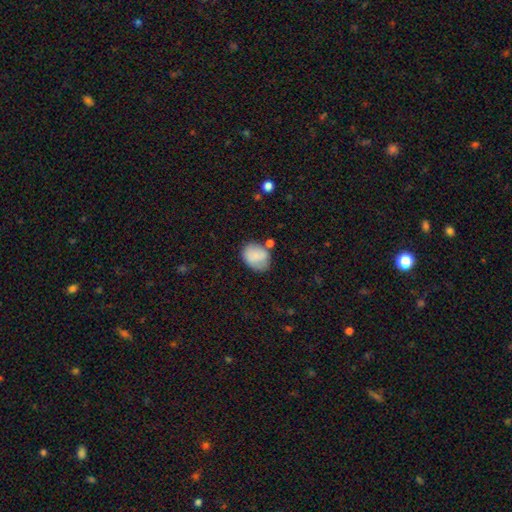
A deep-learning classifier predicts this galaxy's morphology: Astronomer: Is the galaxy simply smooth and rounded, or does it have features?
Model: smooth — 79%.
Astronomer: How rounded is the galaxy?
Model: in between — 57% (runner-up: round, 42%).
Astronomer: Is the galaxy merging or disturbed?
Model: none — 57%.